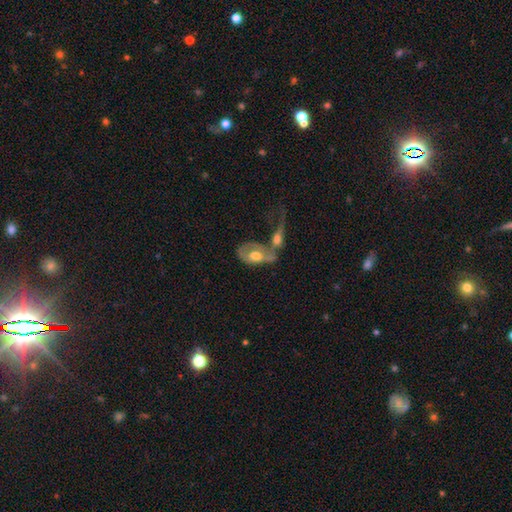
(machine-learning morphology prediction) This appears to be a featured or disk galaxy (52%). Merging: merger (59%).